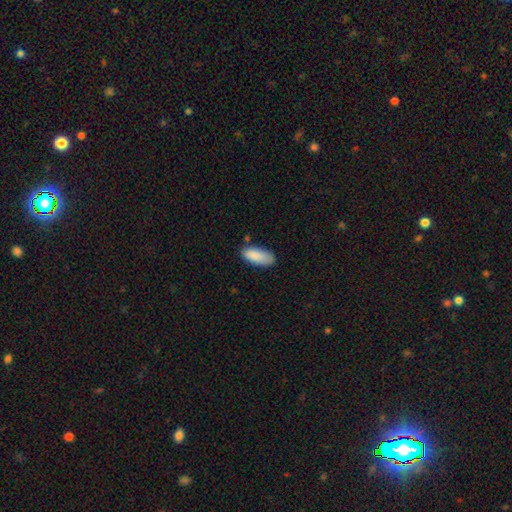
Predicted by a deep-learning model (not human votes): This appears to be a smooth galaxy with no disk features (88%) that is in between round and cigar-shaped (85%). Merging: none (70%).